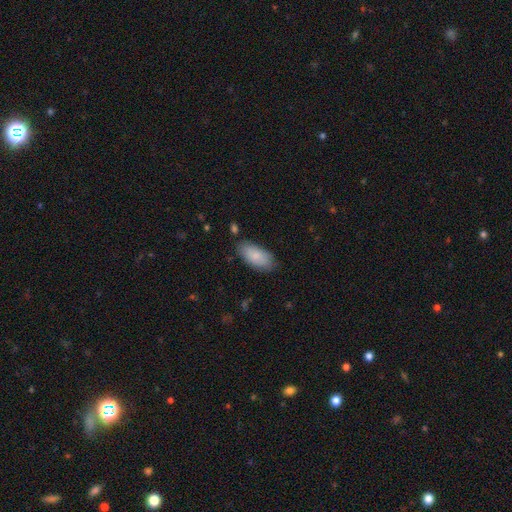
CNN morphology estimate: This is clearly a smooth galaxy (85%). How rounded: clearly in between (91%). Merging: clearly none (81%).